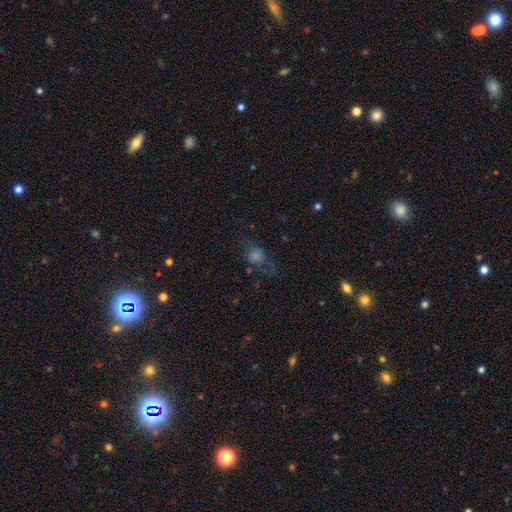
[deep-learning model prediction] Smooth or featured?
  - smooth: 49% *
  - star or artifact: 30%
  - featured or disk: 21%
Merging?
  - none: 55% *
  - major disturbance: 22%
  - minor disturbance: 20%
  - merger: 3%